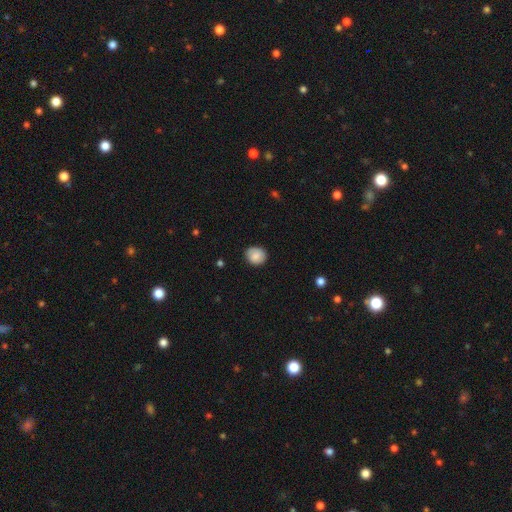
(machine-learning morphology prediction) This is clearly a smooth galaxy (84%). How rounded: likely round (77%). Merging: clearly none (83%).